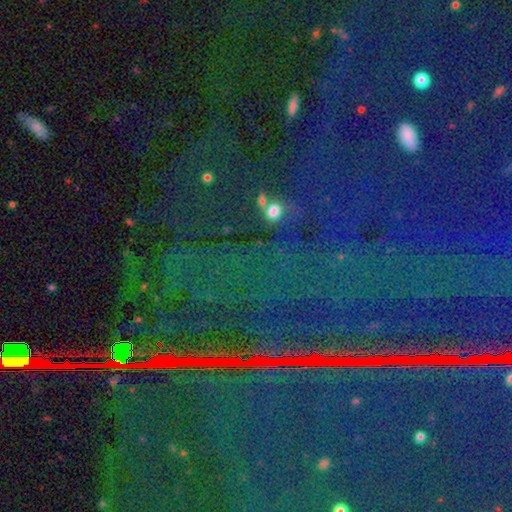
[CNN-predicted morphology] Q: Smooth or featured?
A: star or artifact (84%); runner-up: smooth (8%)